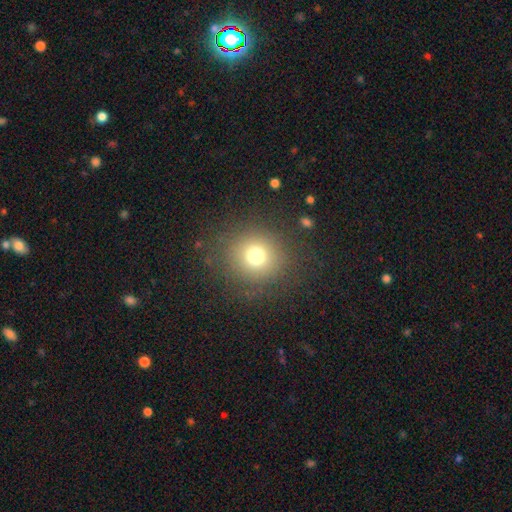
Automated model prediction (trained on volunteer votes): Smooth or featured? Predicted: smooth (p=0.74). How rounded? Predicted: round (p=0.93). Merging? Predicted: none (p=0.86).